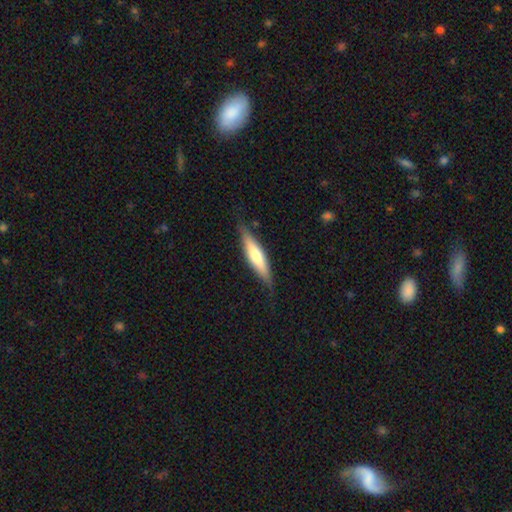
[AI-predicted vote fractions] Overall: smooth (54%; featured or disk 40%). How rounded: cigar-shaped (78%). Merging: none (80%).